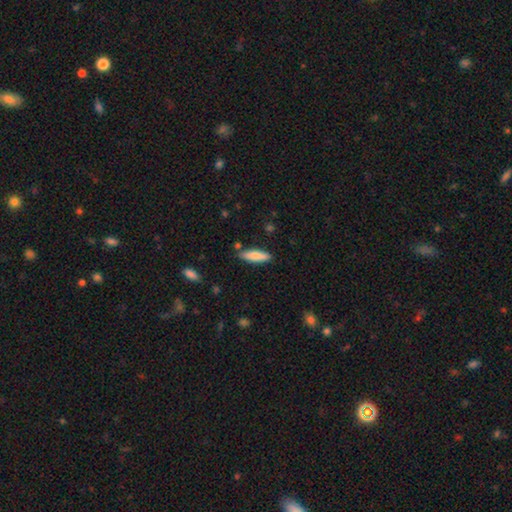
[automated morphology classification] type=smooth (79%); roundness=cigar-shaped (60%); merging=none (84%).